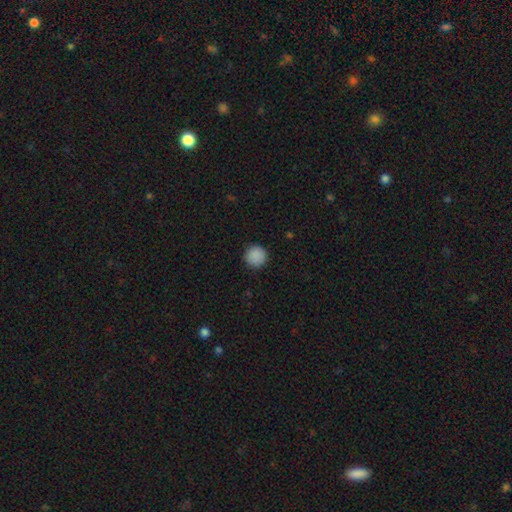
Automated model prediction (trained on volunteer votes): Q: Smooth or featured?
A: smooth (88%); runner-up: star or artifact (9%)
Q: How rounded?
A: round (95%); runner-up: in between (4%)
Q: Merging?
A: none (90%); runner-up: minor disturbance (7%)